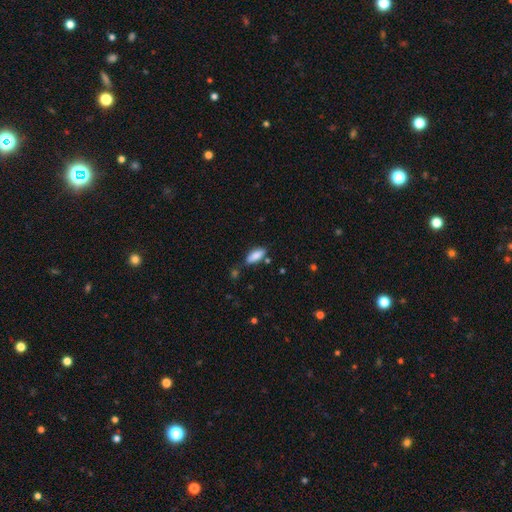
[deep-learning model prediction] This appears to be a smooth galaxy with no disk features (85%) that is in between round and cigar-shaped (77%). Merging: none (71%).